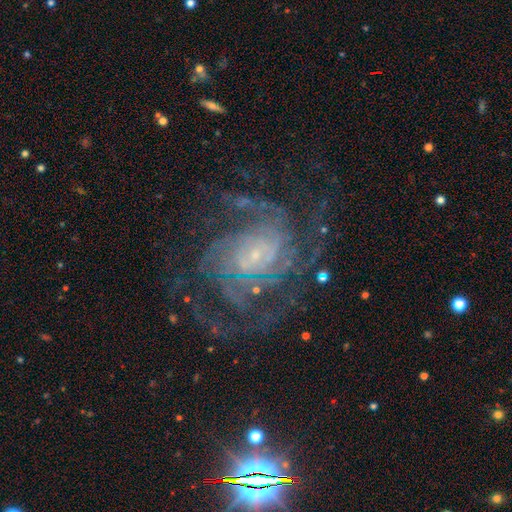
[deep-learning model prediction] Smooth or featured? Predicted: featured or disk (p=0.87). Edge-on disk? Predicted: no (p=0.98). Bar? Predicted: no (p=0.60). Spiral arms? Predicted: yes (p=0.96). Spiral winding? Predicted: tight (p=0.57). Spiral arm count? Predicted: can't tell (p=0.27). Bulge size? Predicted: small (p=0.77). Merging? Predicted: none (p=0.68).